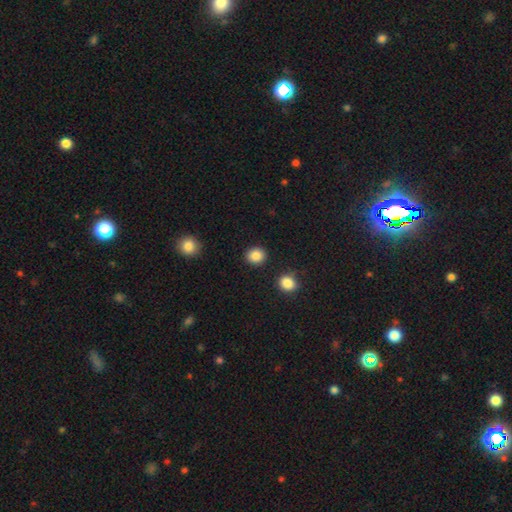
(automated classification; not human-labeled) Overall: smooth (88%). How rounded: round (77%). Merging: none (90%).